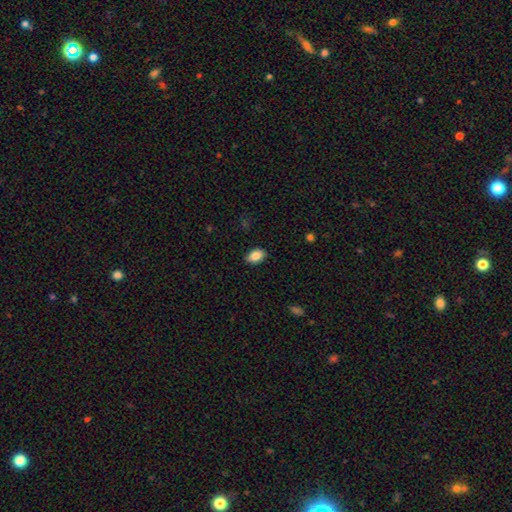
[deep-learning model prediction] Smooth or featured: smooth — 87% (star or artifact — 8%)
How rounded: in between — 87% (round — 12%)
Merging: none — 88% (minor disturbance — 9%)